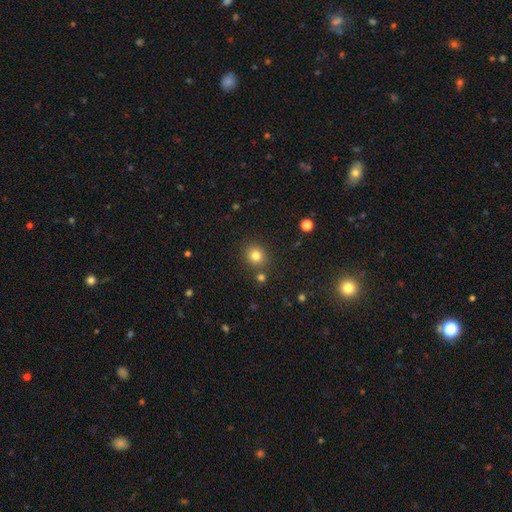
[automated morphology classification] Q: Smooth or featured?
A: smooth (81%); runner-up: star or artifact (13%)
Q: How rounded?
A: round (83%); runner-up: in between (16%)
Q: Merging?
A: none (83%); runner-up: minor disturbance (8%)